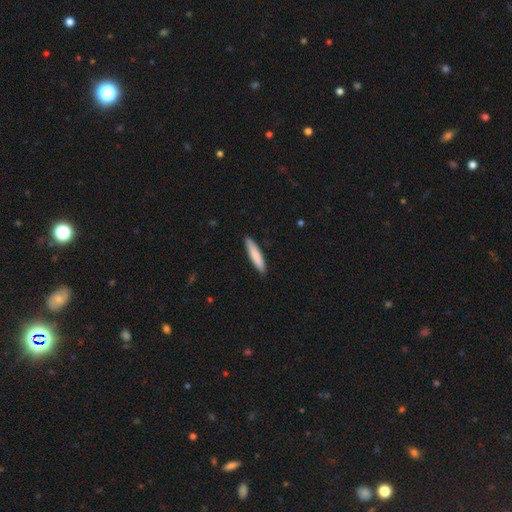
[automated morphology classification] Overall: smooth (83%). How rounded: cigar-shaped (87%). Merging: none (90%).